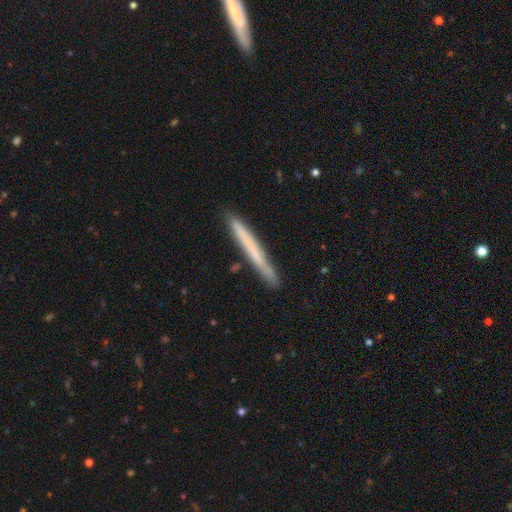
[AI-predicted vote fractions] Smooth or featured? Predicted: smooth (p=0.59). How rounded? Predicted: cigar-shaped (p=0.97). Merging? Predicted: none (p=0.87).